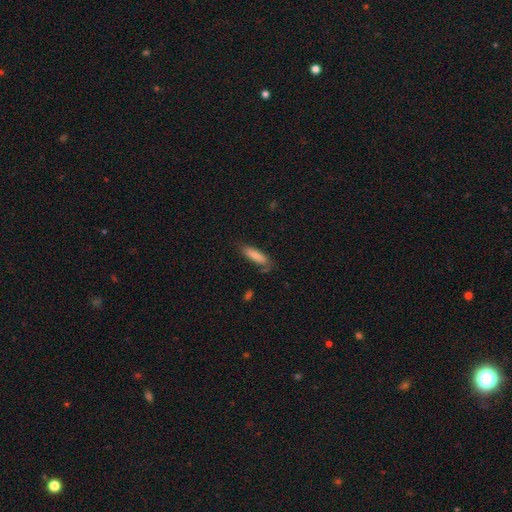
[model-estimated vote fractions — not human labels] A smooth galaxy with no disk features (83%) that is cigar-shaped (57%).

Vote fractions:
- Smooth or featured? smooth: 83% / featured or disk: 11% / star or artifact: 6%
- How rounded? cigar-shaped: 57% / in between: 41% / round: 2%
- Merging? none: 69% / minor disturbance: 22% / major disturbance: 6% / merger: 3%